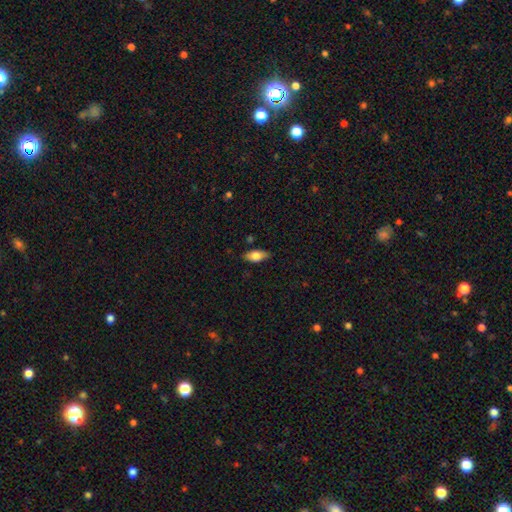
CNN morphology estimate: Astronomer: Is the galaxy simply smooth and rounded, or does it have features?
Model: smooth — 71%.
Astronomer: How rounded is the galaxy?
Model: in between — 85%.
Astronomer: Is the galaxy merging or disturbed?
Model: none — 83%.